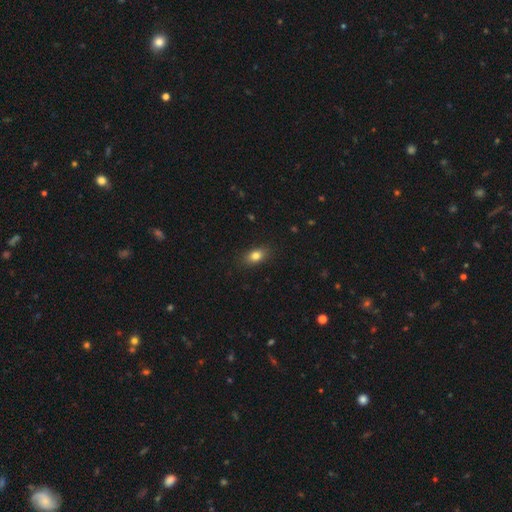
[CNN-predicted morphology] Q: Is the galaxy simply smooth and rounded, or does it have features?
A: smooth — 82%.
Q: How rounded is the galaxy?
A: in between — 81%.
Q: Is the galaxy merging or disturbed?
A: none — 86%.